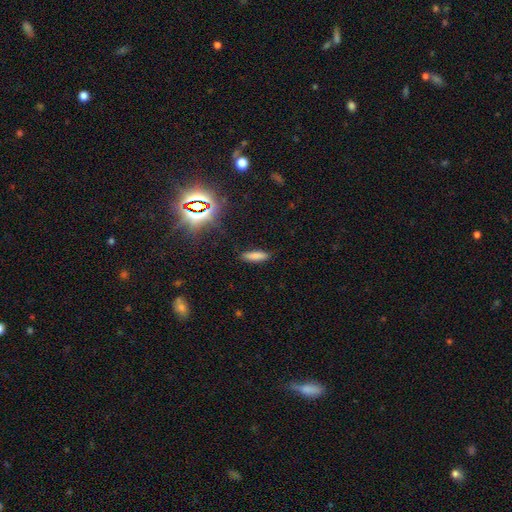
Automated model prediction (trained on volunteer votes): Q: Smooth or featured?
A: smooth (77%); runner-up: star or artifact (14%)
Q: How rounded?
A: cigar-shaped (53%); runner-up: in between (44%)
Q: Merging?
A: none (86%); runner-up: minor disturbance (10%)